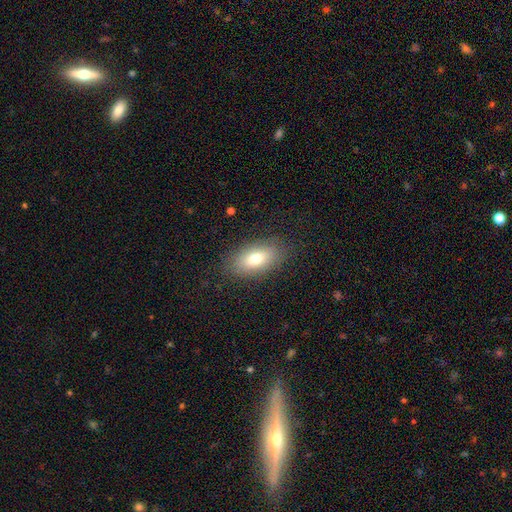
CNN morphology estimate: smooth-or-featured: smooth: 76% | featured or disk: 16% | star or artifact: 8%
  how-rounded: in between: 88% | cigar-shaped: 7% | round: 5%
  merging: none: 84% | minor disturbance: 11% | major disturbance: 4% | merger: 1%